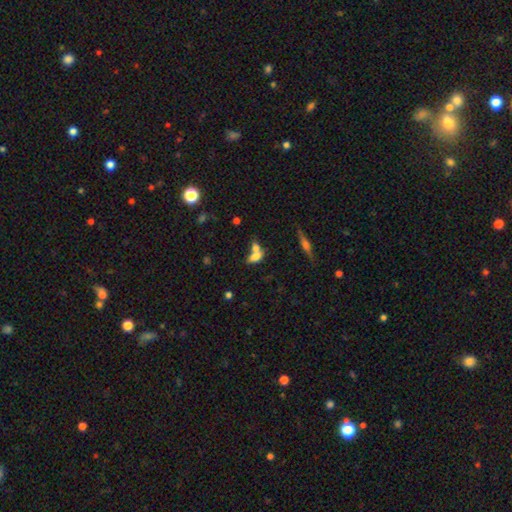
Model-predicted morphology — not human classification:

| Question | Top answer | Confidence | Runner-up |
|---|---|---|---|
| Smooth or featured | smooth | 69% | featured or disk (19%) |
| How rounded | in between | 80% | round (11%) |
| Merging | merger | 57% | none (28%) |